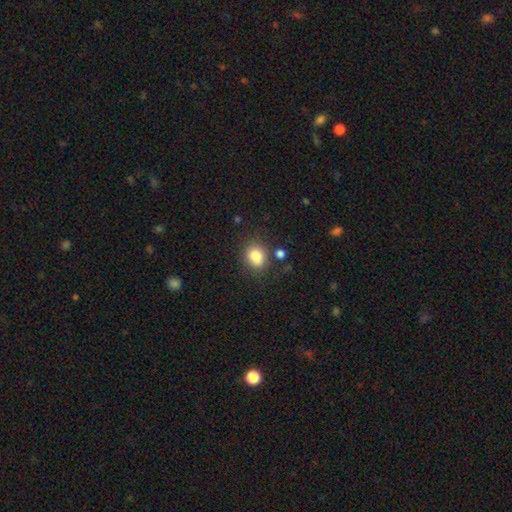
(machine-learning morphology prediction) type=smooth (82%); roundness=round (61%); merging=none (74%).